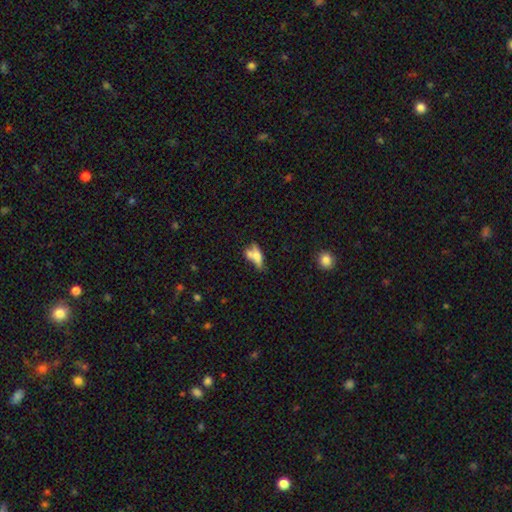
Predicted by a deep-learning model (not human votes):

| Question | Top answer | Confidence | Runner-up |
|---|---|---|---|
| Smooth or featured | smooth | 56% | featured or disk (34%) |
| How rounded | in between | 55% | cigar-shaped (39%) |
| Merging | merger | 40% | none (35%) |